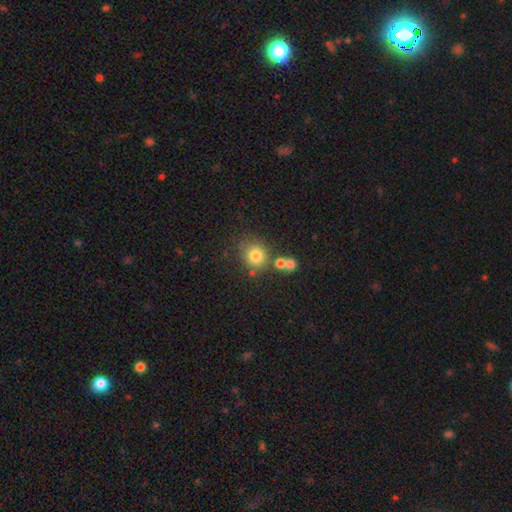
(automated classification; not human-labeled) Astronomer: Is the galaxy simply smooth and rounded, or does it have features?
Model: smooth — 78%.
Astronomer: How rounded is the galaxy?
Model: round — 82%.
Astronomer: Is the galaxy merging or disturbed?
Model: none — 66%.